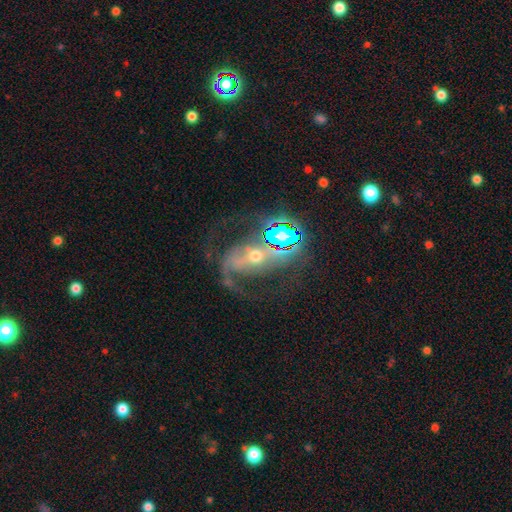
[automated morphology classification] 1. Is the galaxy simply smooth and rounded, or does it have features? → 67% featured or disk, 19% star or artifact, 14% smooth.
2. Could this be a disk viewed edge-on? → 94% no, 6% yes.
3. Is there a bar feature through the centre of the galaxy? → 44% no, 33% strong, 22% weak.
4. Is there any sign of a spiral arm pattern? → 81% yes, 19% no.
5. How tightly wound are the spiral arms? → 53% loose, 34% medium, 12% tight.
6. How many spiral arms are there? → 64% 2, 22% 1, 8% can't tell, 3% 3, 2% 4, 2% more than 4.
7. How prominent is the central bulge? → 52% moderate, 36% small, 7% large, 3% dominant, 3% none.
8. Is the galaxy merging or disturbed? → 44% none, 30% major disturbance, 17% minor disturbance, 9% merger.